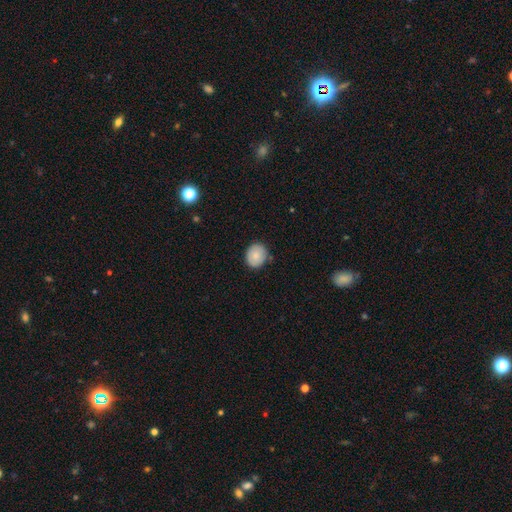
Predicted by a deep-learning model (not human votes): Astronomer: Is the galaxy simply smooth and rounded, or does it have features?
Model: smooth — 81%.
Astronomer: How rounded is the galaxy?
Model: round — 72%.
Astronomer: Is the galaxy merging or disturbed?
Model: none — 79%.